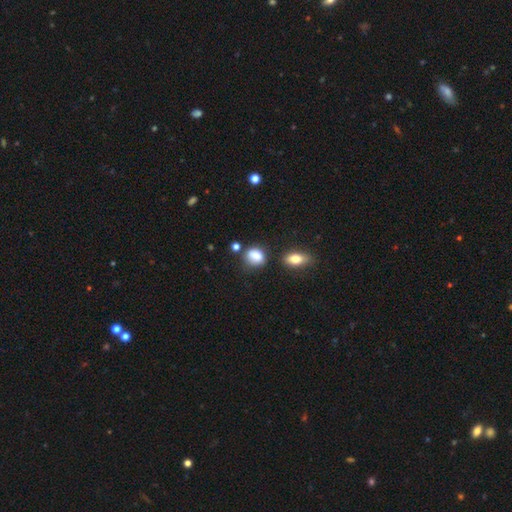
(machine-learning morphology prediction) A smooth galaxy with no disk features (80%) that is in between round and cigar-shaped (50%).

Vote fractions:
- Smooth or featured? smooth: 80% / featured or disk: 10% / star or artifact: 10%
- How rounded? in between: 50% / round: 48% / cigar-shaped: 2%
- Merging? none: 67% / minor disturbance: 16% / merger: 13% / major disturbance: 4%